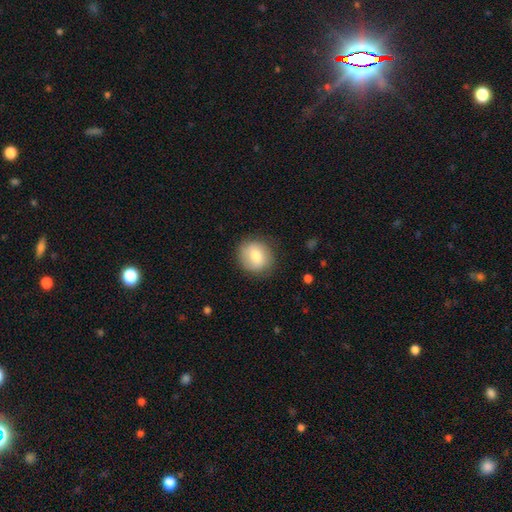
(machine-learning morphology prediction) A smooth galaxy with no disk features (77%) that is round (81%). Merging: none (84%).